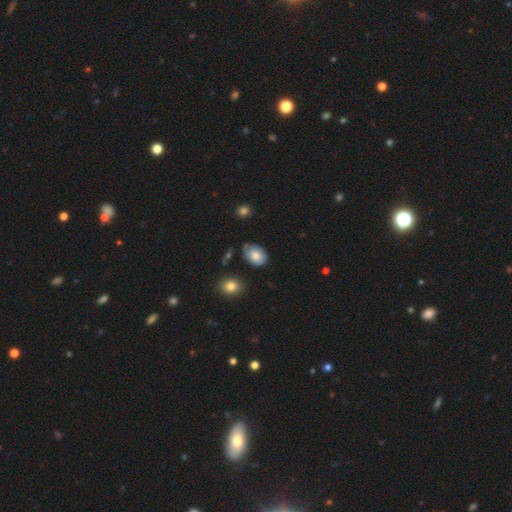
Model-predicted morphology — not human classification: Q: Smooth or featured?
A: smooth (77%); runner-up: featured or disk (15%)
Q: How rounded?
A: in between (81%); runner-up: round (18%)
Q: Merging?
A: none (64%); runner-up: minor disturbance (27%)